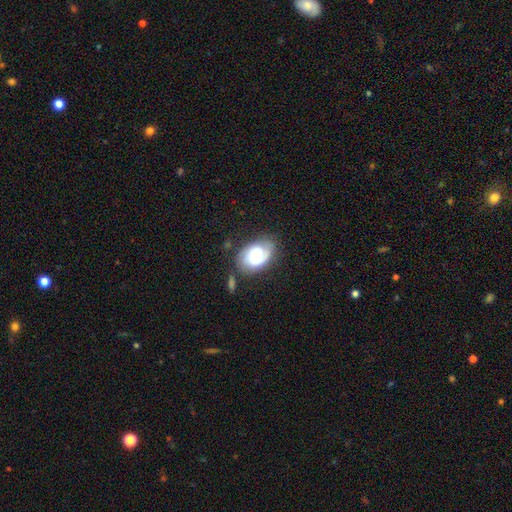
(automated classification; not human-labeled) featured or disk 63%, smooth 30%, star or artifact 7%. Down the decision tree: edge-on disk — no (96%); bar — no (61%); spiral arms — yes (89%); spiral arm count — 2 (65%); spiral winding — tight (47%); bulge size — moderate (60%); merging — none (67%).